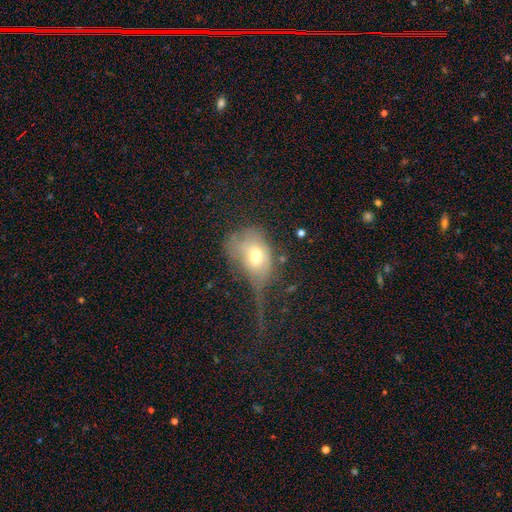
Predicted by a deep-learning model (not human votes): The model was most divided on "merging": major disturbance: 53%, minor disturbance: 22%, none: 20%, merger: 5%. More confident: how rounded — in between (70%); smooth or featured — smooth (60%).